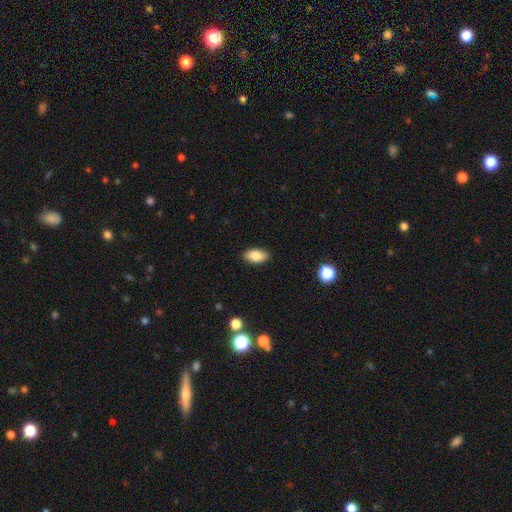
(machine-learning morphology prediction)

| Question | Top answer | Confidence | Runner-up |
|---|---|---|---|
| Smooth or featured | smooth | 84% | featured or disk (9%) |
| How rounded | in between | 92% | round (4%) |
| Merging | none | 88% | minor disturbance (9%) |